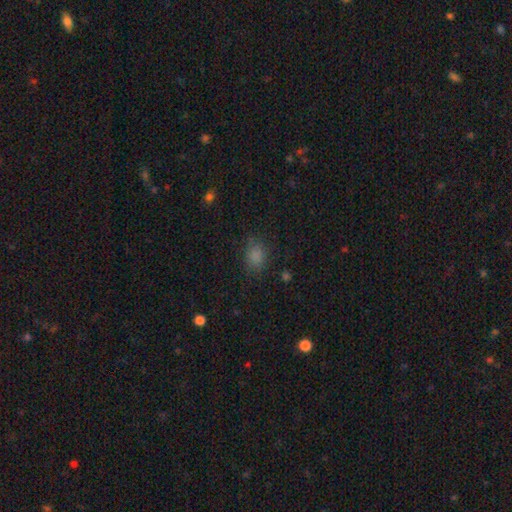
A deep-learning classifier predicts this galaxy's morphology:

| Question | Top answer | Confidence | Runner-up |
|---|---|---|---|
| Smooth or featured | smooth | 80% | star or artifact (14%) |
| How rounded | in between | 61% | round (38%) |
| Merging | none | 76% | minor disturbance (16%) |